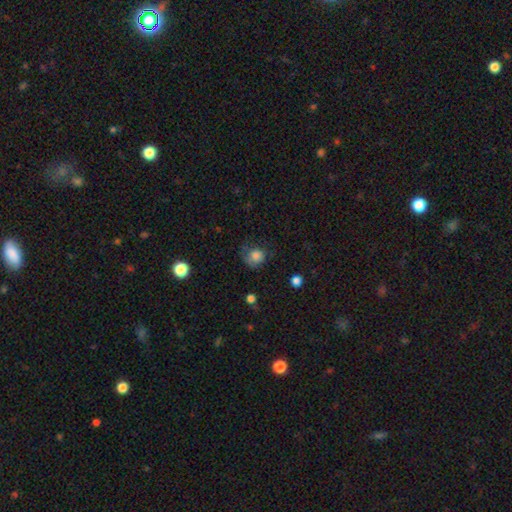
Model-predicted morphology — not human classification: Smooth or featured? smooth (78%)
How rounded? round (76%)
Merging? none (47%)